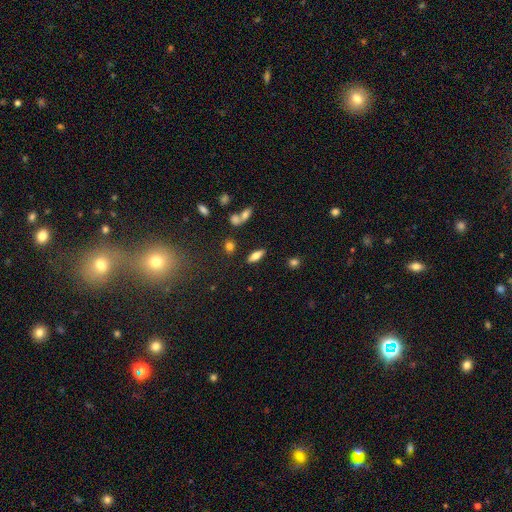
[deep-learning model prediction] Morphology: type=smooth (61%); roundness=in between (68%); merging=none (81%).